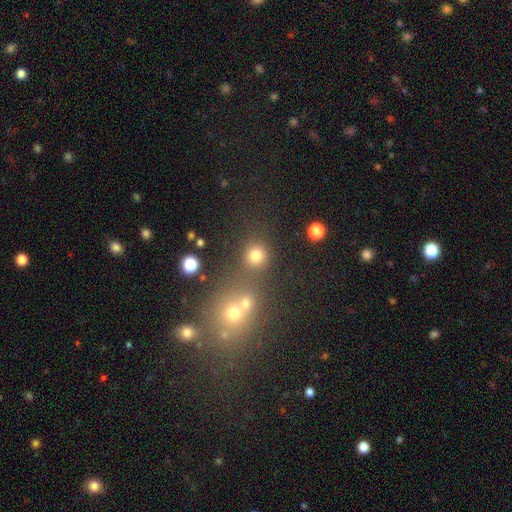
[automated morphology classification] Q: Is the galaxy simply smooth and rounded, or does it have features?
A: smooth — 77%.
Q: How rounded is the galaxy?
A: round — 90%.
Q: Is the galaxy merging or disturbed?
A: none — 75%.